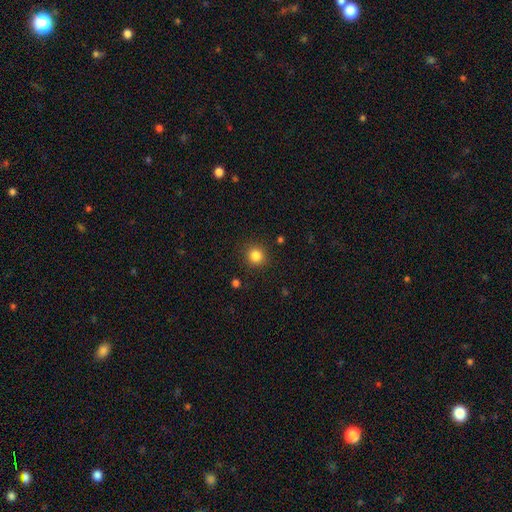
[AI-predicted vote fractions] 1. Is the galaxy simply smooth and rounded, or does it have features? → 84% smooth, 11% star or artifact, 5% featured or disk.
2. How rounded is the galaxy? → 91% round, 8% in between, 1% cigar-shaped.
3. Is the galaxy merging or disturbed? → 90% none, 6% minor disturbance, 2% major disturbance, 1% merger.